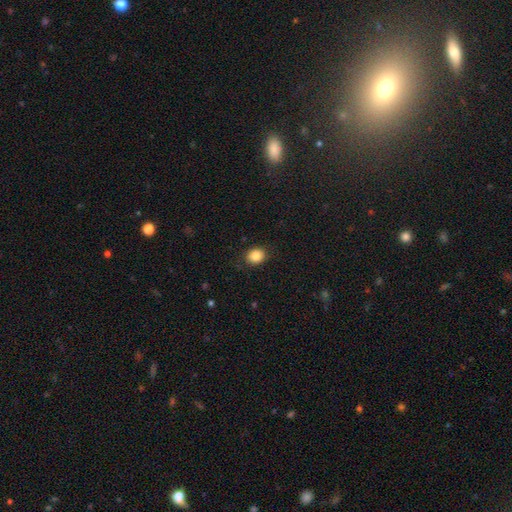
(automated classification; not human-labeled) smooth 85%, star or artifact 9%, featured or disk 6%. Down the decision tree: how rounded — round (63%); merging — none (86%).